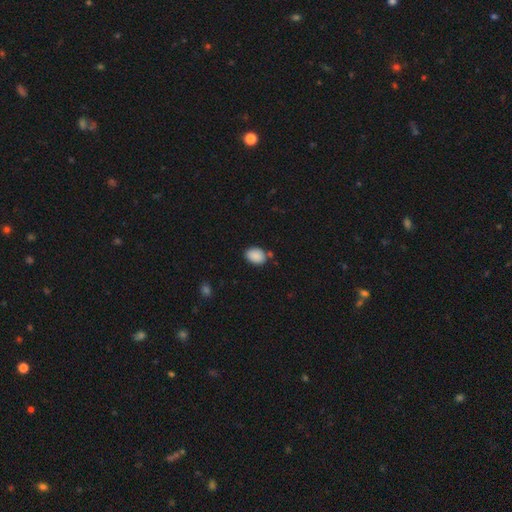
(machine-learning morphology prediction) smooth 89%, star or artifact 7%, featured or disk 3%. Down the decision tree: how rounded — in between (78%); merging — none (77%).